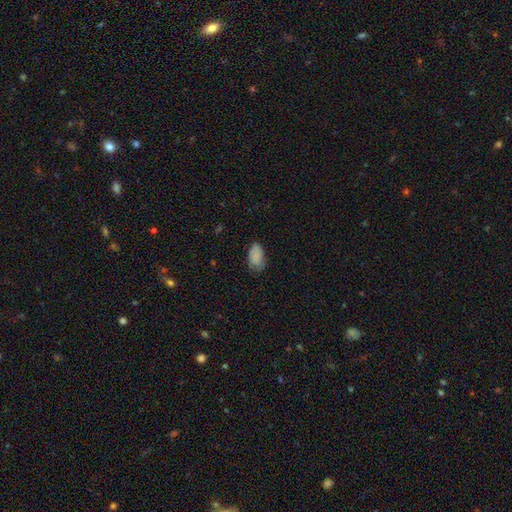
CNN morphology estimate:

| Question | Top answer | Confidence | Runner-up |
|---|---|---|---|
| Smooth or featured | smooth | 85% | star or artifact (8%) |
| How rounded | in between | 92% | round (6%) |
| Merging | none | 67% | minor disturbance (26%) |